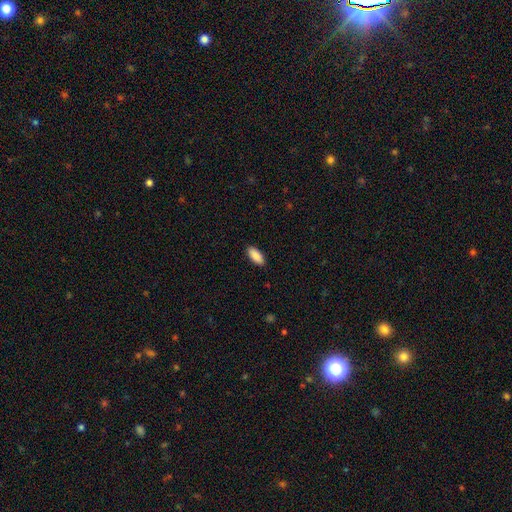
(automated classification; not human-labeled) Smooth or featured? smooth (89%)
How rounded? in between (86%)
Merging? none (90%)